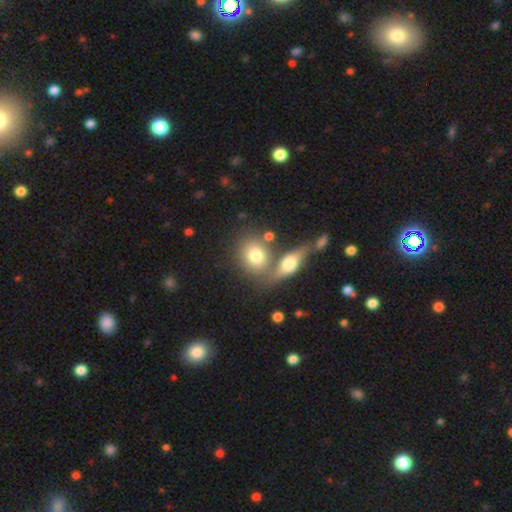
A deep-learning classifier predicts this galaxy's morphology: A smooth galaxy with no disk features (74%) that is round (58%).

Vote fractions:
- Smooth or featured? smooth: 74% / featured or disk: 17% / star or artifact: 9%
- How rounded? round: 58% / in between: 39% / cigar-shaped: 3%
- Merging? none: 49% / merger: 36% / minor disturbance: 10% / major disturbance: 5%